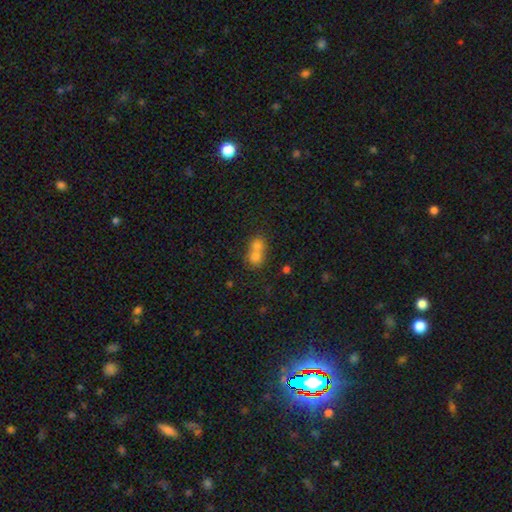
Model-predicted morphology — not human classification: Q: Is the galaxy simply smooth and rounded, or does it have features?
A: smooth — 71%.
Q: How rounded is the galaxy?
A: round — 64%.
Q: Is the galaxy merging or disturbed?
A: merger — 71%.